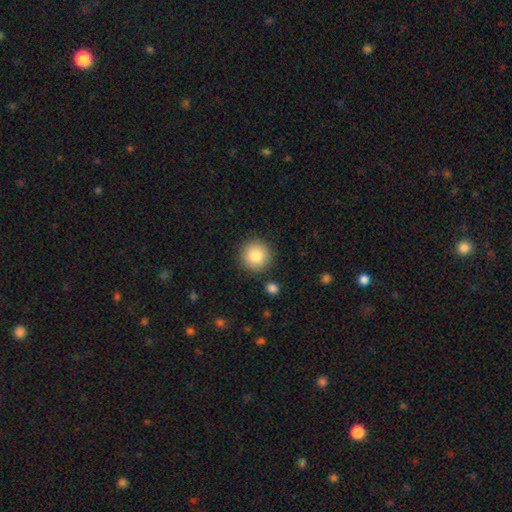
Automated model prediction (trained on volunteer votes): smooth-or-featured: smooth: 83% | star or artifact: 9% | featured or disk: 8%
  how-rounded: round: 95% | in between: 4% | cigar-shaped: 1%
  merging: none: 88% | minor disturbance: 7% | merger: 3% | major disturbance: 2%